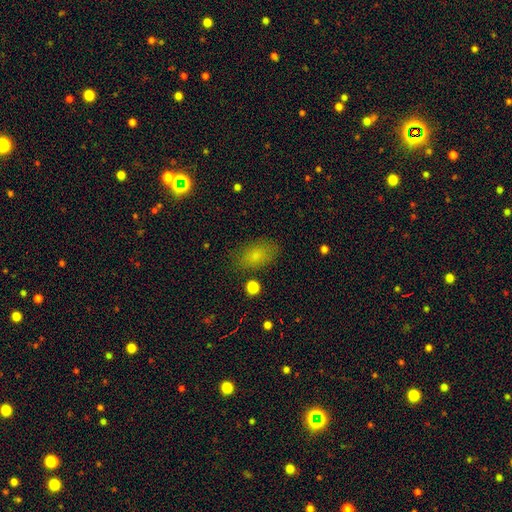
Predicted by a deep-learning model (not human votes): The model was most divided on "merging": none: 77%, minor disturbance: 16%, major disturbance: 5%, merger: 2%. More confident: how rounded — in between (89%); smooth or featured — smooth (79%).